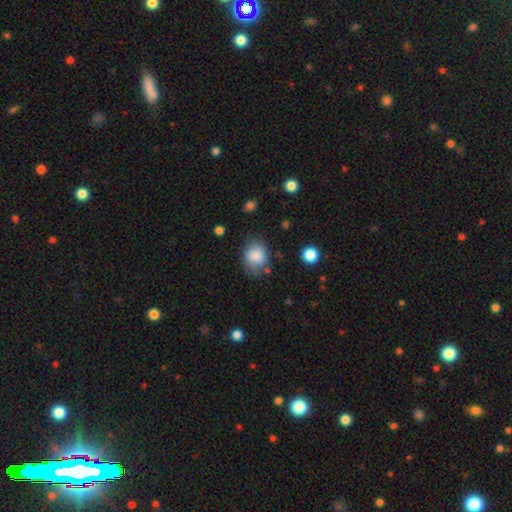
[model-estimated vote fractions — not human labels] The model was most divided on "how rounded": in between: 56%, round: 43%, cigar-shaped: 1%. More confident: smooth or featured — smooth (81%); merging — none (63%).